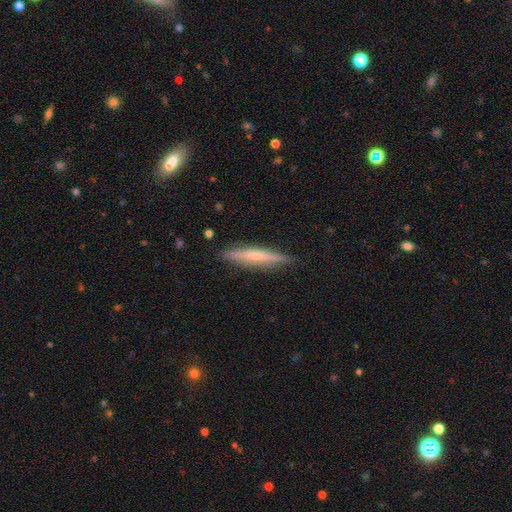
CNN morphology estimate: A featured or disk galaxy (47%).

Vote fractions:
- Smooth or featured? featured or disk: 47% / smooth: 46% / star or artifact: 6%
- Merging? none: 87% / minor disturbance: 9% / major disturbance: 2% / merger: 1%